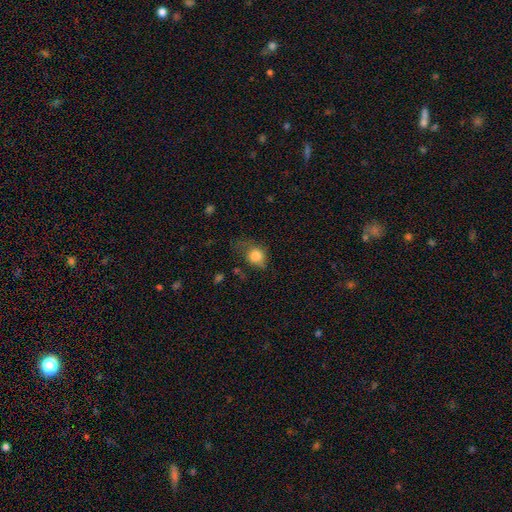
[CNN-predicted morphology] Smooth or featured?
  - smooth: 81% *
  - featured or disk: 10%
  - star or artifact: 9%
How rounded?
  - round: 56% *
  - in between: 42%
  - cigar-shaped: 1%
Merging?
  - none: 37% *
  - minor disturbance: 33%
  - major disturbance: 28%
  - merger: 3%